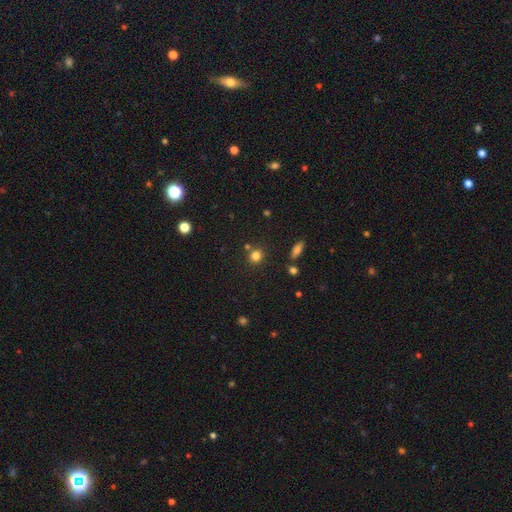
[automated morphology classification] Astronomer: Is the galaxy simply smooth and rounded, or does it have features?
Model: smooth — 78%.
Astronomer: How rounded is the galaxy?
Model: round — 88%.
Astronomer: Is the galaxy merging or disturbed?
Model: none — 75%.